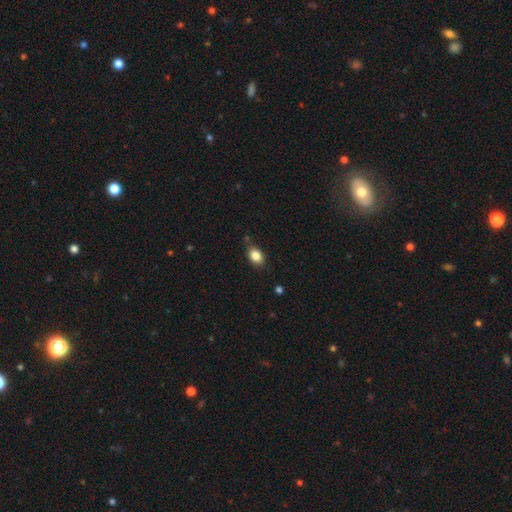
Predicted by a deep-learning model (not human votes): A smooth galaxy with no disk features (85%) that is in between round and cigar-shaped (80%).

Vote fractions:
- Smooth or featured? smooth: 85% / star or artifact: 9% / featured or disk: 6%
- How rounded? in between: 80% / round: 18% / cigar-shaped: 2%
- Merging? none: 79% / minor disturbance: 16% / major disturbance: 3% / merger: 3%